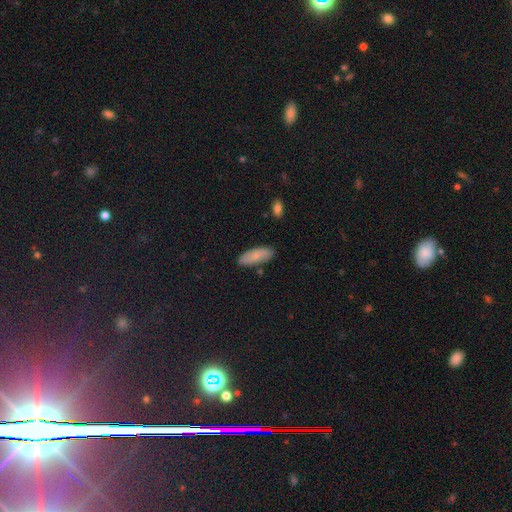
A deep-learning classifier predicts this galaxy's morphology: Q: Smooth or featured?
A: smooth (79%); runner-up: featured or disk (14%)
Q: How rounded?
A: in between (73%); runner-up: cigar-shaped (25%)
Q: Merging?
A: none (82%); runner-up: minor disturbance (13%)